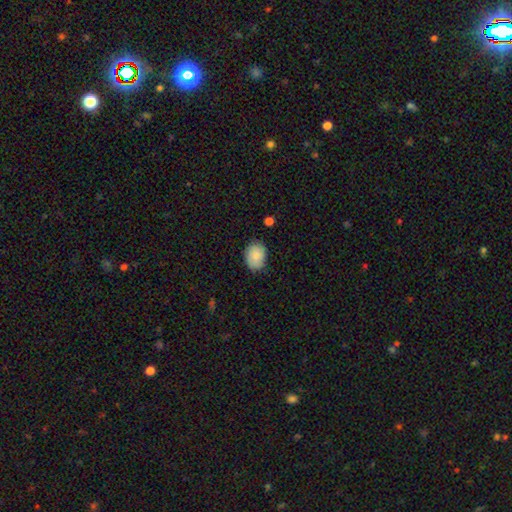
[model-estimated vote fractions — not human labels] smooth 86%, featured or disk 7%, star or artifact 7%. Down the decision tree: how rounded — in between (68%); merging — none (75%).